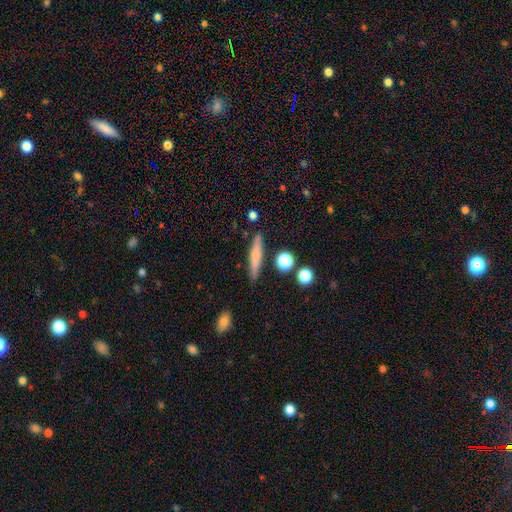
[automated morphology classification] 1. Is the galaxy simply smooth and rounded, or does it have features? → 62% smooth, 30% featured or disk, 7% star or artifact.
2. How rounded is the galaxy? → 89% cigar-shaped, 8% in between, 2% round.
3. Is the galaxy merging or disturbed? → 85% none, 10% minor disturbance, 3% merger, 2% major disturbance.